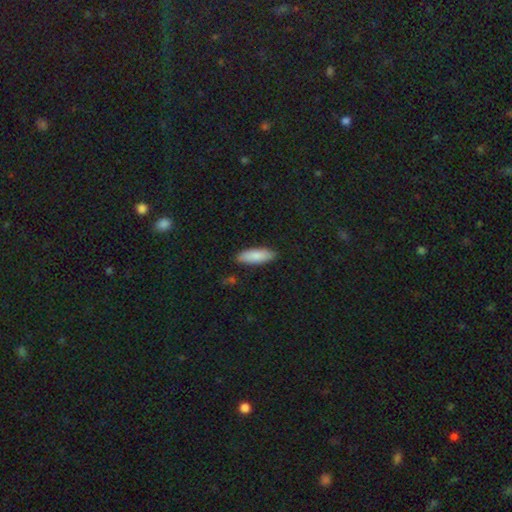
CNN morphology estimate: A smooth galaxy with no disk features (85%) that is in between round and cigar-shaped (62%).

Vote fractions:
- Smooth or featured? smooth: 85% / featured or disk: 9% / star or artifact: 6%
- How rounded? in between: 62% / cigar-shaped: 36% / round: 2%
- Merging? none: 87% / minor disturbance: 10% / major disturbance: 2% / merger: 1%